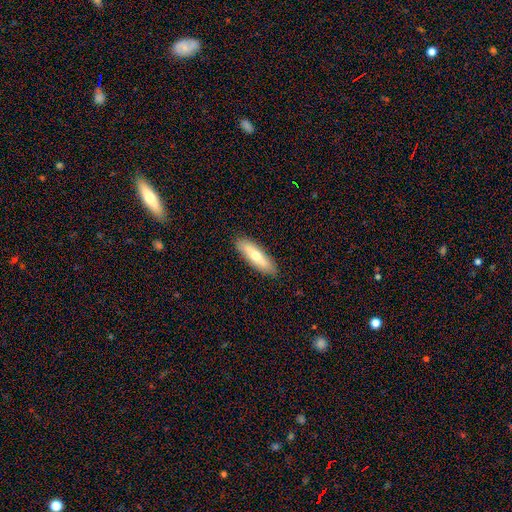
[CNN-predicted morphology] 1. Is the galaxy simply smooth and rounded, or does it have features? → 65% smooth, 29% featured or disk, 6% star or artifact.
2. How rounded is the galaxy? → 59% cigar-shaped, 39% in between, 2% round.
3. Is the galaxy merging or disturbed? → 88% none, 9% minor disturbance, 2% major disturbance, 1% merger.